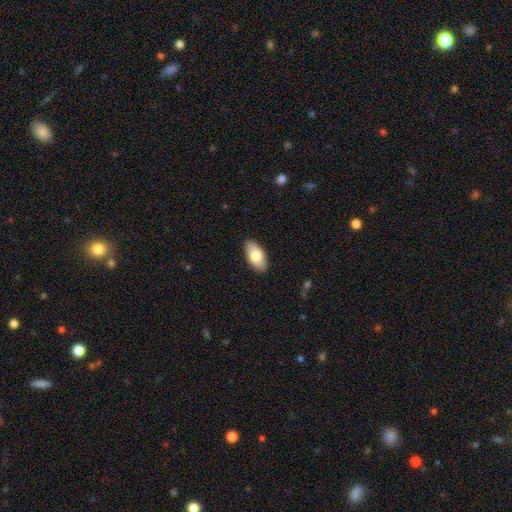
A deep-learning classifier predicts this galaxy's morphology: Smooth or featured: smooth — 78% (featured or disk — 16%)
How rounded: in between — 93% (cigar-shaped — 4%)
Merging: none — 89% (minor disturbance — 9%)